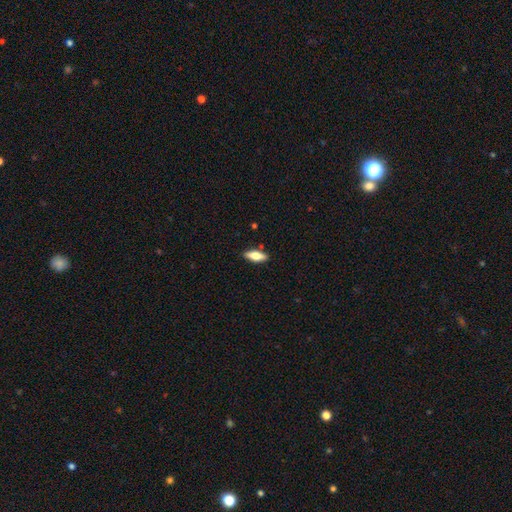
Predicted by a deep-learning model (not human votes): Overall: smooth (65%; featured or disk 29%). How rounded: in between (69%). Merging: none (87%).